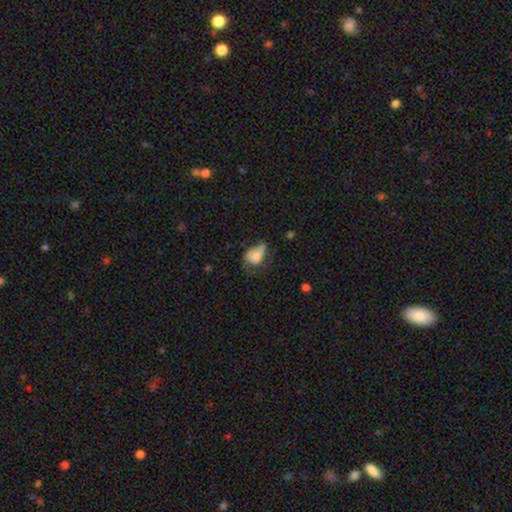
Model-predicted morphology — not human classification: A smooth galaxy with no disk features (71%) that is in between round and cigar-shaped (81%).

Vote fractions:
- Smooth or featured? smooth: 71% / featured or disk: 19% / star or artifact: 10%
- How rounded? in between: 81% / round: 17% / cigar-shaped: 2%
- Merging? major disturbance: 41% / minor disturbance: 32% / none: 22% / merger: 5%